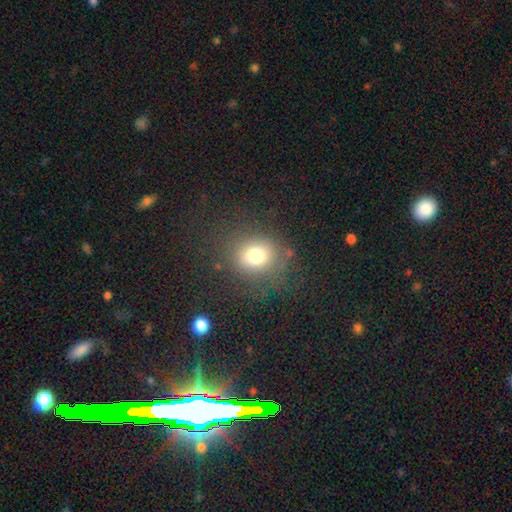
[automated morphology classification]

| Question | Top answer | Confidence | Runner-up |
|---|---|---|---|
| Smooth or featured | smooth | 74% | star or artifact (15%) |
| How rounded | round | 77% | in between (22%) |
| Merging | none | 78% | minor disturbance (11%) |